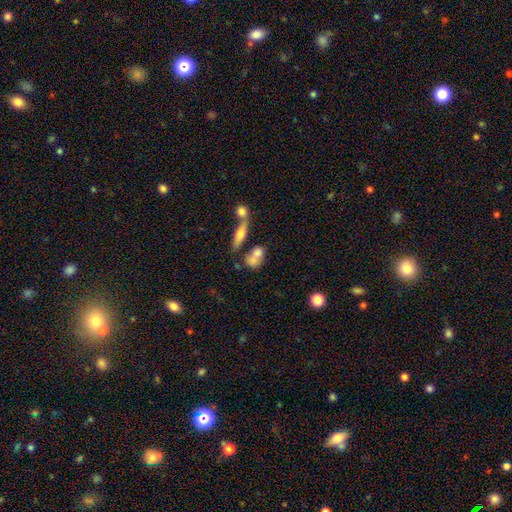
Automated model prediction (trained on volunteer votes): This appears to be a smooth galaxy with no disk features (69%) that is in between round and cigar-shaped (61%). Merging: merger (48%).